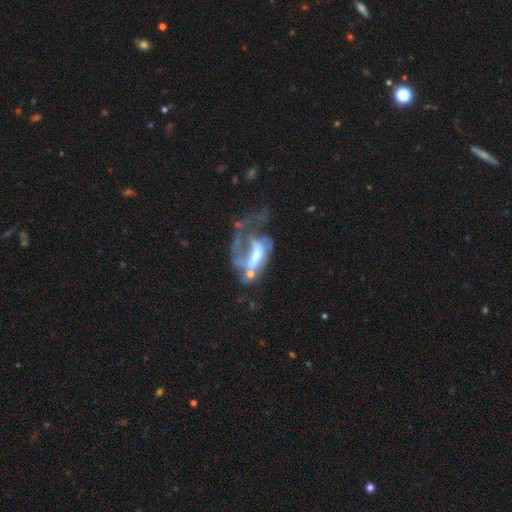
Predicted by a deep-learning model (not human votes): Morphology: type=featured or disk (70%); edge-on=no (93%); bar=no (38%); spiral arms=yes (61%); bulge=moderate (44%); merging=major disturbance (49%).